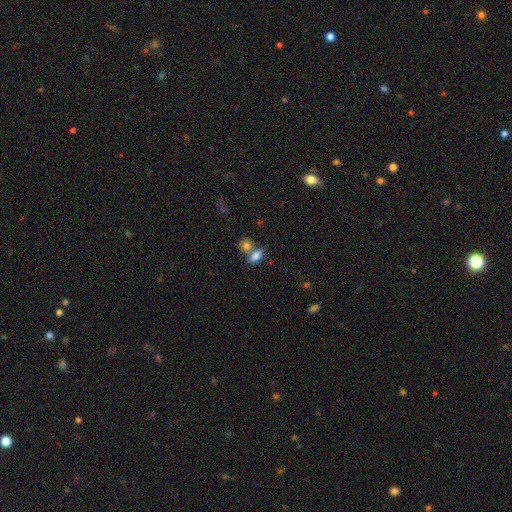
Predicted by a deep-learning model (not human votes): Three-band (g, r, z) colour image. It shows a smooth galaxy with no disk features (80%) that is in between round and cigar-shaped (80%). Merging: none (46%).